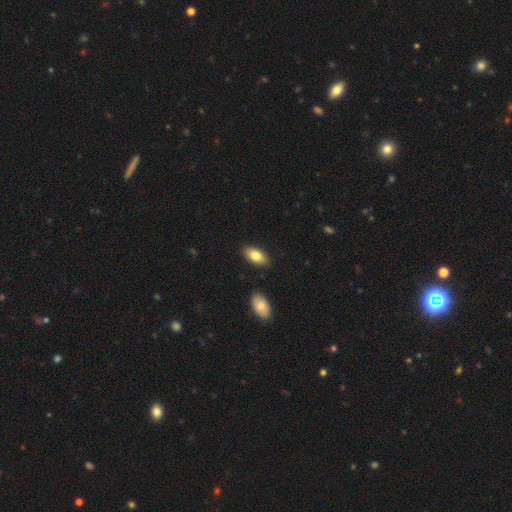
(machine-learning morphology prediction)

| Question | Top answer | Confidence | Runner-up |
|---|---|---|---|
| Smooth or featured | smooth | 81% | featured or disk (12%) |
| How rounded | in between | 93% | cigar-shaped (4%) |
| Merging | none | 86% | minor disturbance (10%) |